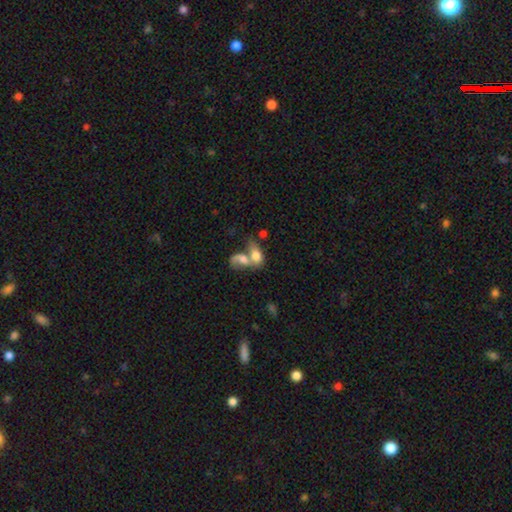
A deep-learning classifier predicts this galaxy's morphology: This appears to be a smooth galaxy with no disk features (62%) that is in between round and cigar-shaped (82%). Merging: merger (75%).